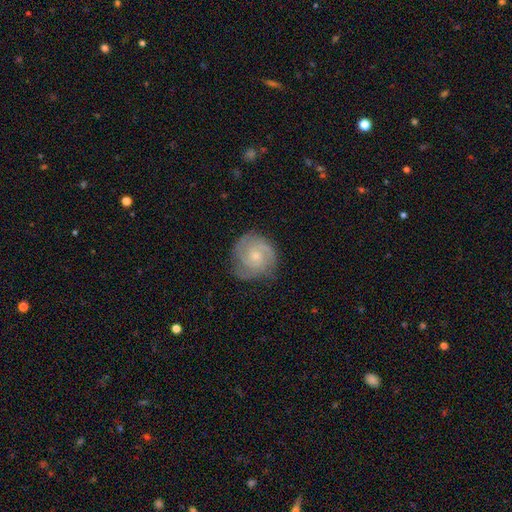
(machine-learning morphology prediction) The model was most divided on "spiral arm count": 3: 35%, 2: 34%, can't tell: 17%, 4: 6%, 1: 4%, more than 4: 4%. More confident: edge-on disk — no (98%); spiral arms — yes (96%); smooth or featured — featured or disk (79%); merging — none (75%); bar — no (70%); bulge size — small (61%); spiral winding — tight (60%).